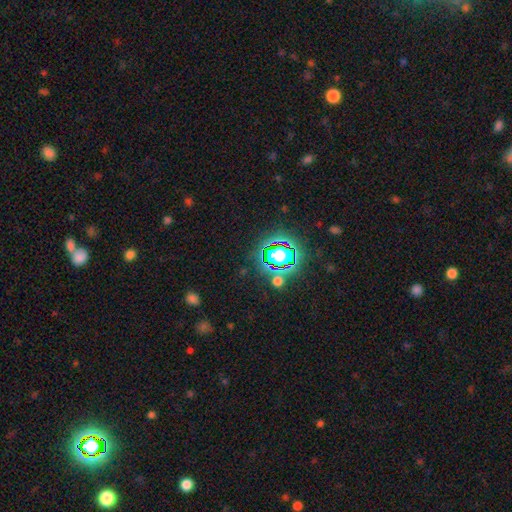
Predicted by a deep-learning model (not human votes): smooth_or_featured: star or artifact (p=0.78) [alt: smooth p=0.14]